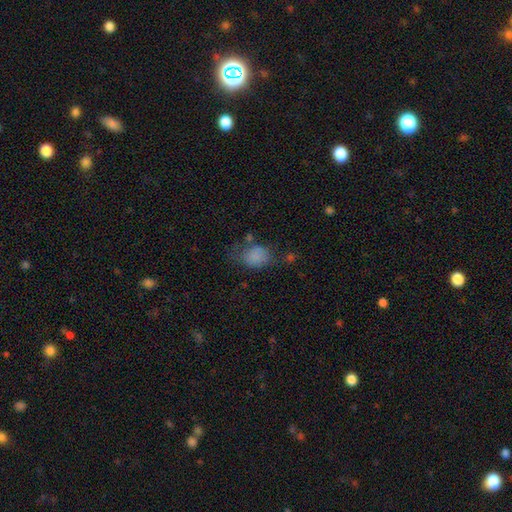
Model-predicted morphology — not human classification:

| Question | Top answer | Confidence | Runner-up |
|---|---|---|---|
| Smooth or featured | smooth | 78% | star or artifact (12%) |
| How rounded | in between | 59% | round (40%) |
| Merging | none | 47% | minor disturbance (29%) |